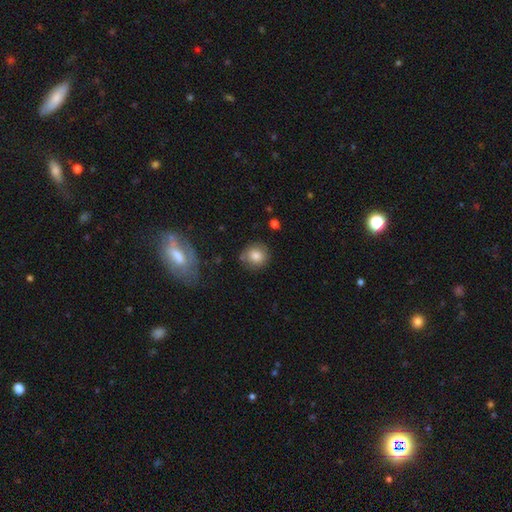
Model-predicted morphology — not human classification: Smooth or featured: smooth — 81% (featured or disk — 10%)
How rounded: round — 87% (in between — 12%)
Merging: none — 79% (minor disturbance — 14%)